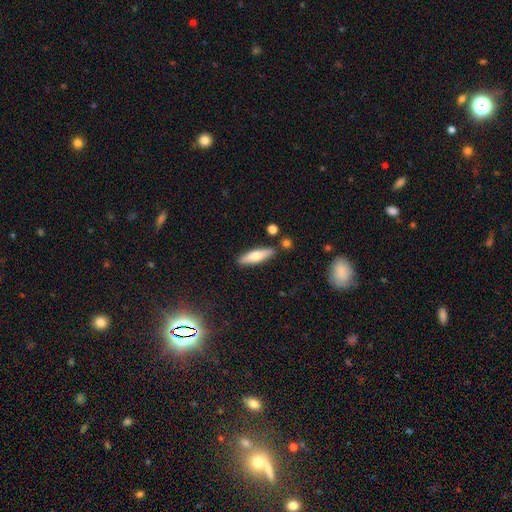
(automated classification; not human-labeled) Smooth or featured? Predicted: smooth (p=0.66). How rounded? Predicted: cigar-shaped (p=0.61). Merging? Predicted: none (p=0.84).